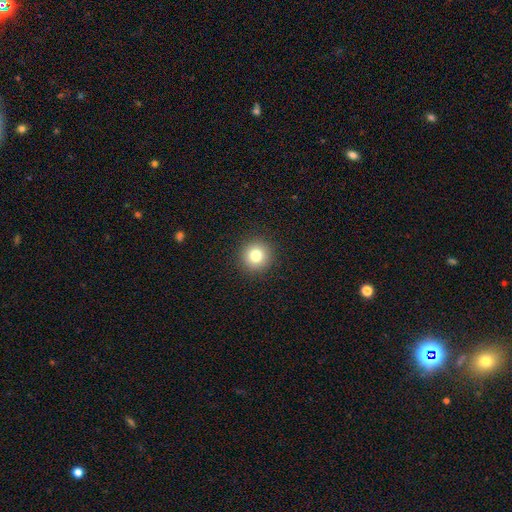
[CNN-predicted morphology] Smooth or featured?
  - smooth: 80% *
  - star or artifact: 12%
  - featured or disk: 8%
How rounded?
  - round: 95% *
  - in between: 5%
  - cigar-shaped: 1%
Merging?
  - none: 92% *
  - minor disturbance: 5%
  - major disturbance: 2%
  - merger: 1%